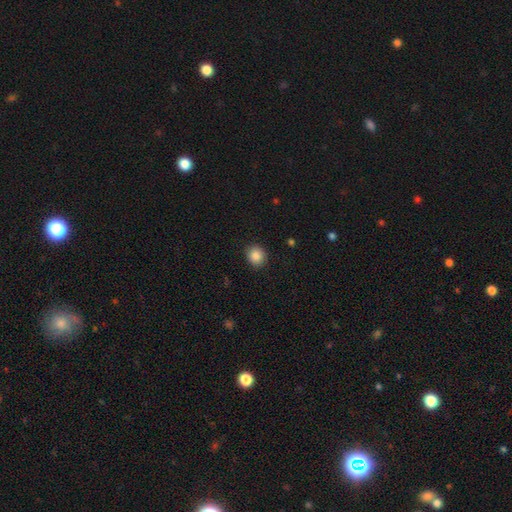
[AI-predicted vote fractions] This appears to be a smooth galaxy with no disk features (87%) that is round (83%). Merging: none (89%).